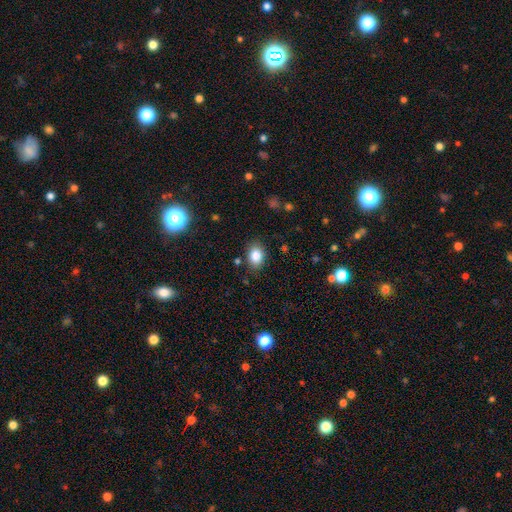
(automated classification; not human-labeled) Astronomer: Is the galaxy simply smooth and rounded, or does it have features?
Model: smooth — 83%.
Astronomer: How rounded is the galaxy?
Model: in between — 74%.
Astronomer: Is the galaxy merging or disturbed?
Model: none — 84%.